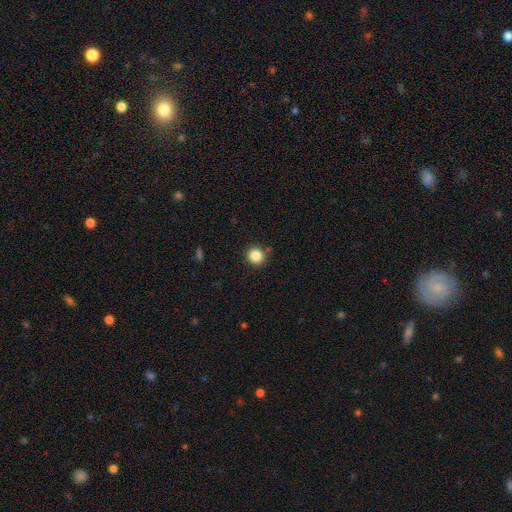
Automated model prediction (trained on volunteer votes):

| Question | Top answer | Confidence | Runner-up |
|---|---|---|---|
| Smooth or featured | smooth | 86% | star or artifact (11%) |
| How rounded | round | 93% | in between (6%) |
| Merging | none | 87% | minor disturbance (8%) |